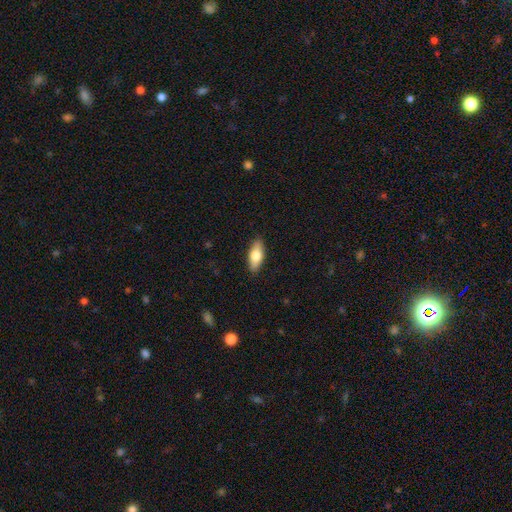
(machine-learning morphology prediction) smooth_or_featured: smooth (p=0.73) [alt: featured or disk p=0.21]
how_rounded: in between (p=0.80) [alt: cigar-shaped p=0.17]
merging: none (p=0.88) [alt: minor disturbance p=0.09]